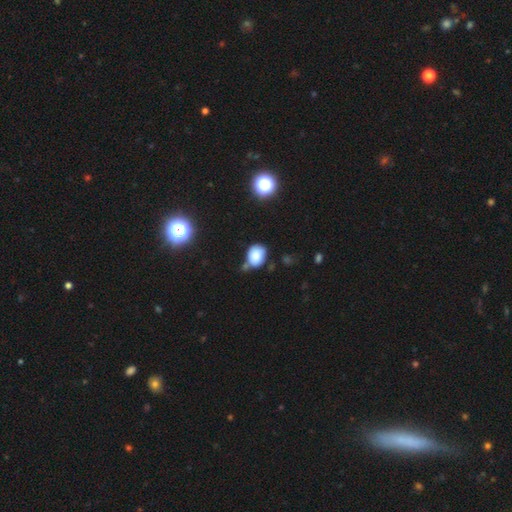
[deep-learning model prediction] smooth_or_featured: smooth (p=0.81) [alt: star or artifact p=0.11]
how_rounded: round (p=0.51) [alt: in between p=0.48]
merging: none (p=0.52) [alt: minor disturbance p=0.28]